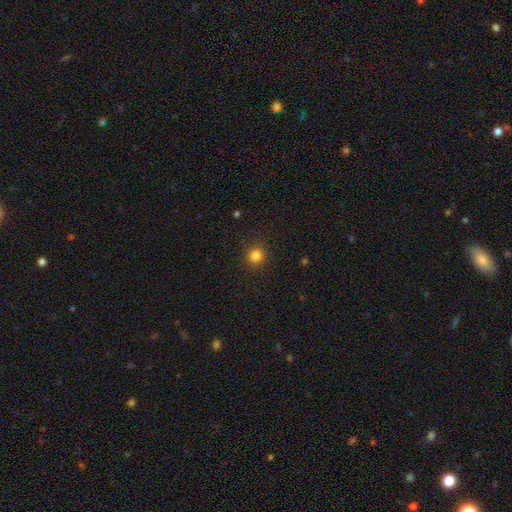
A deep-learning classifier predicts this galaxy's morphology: A smooth galaxy with no disk features (83%) that is round (93%). Merging: none (91%).